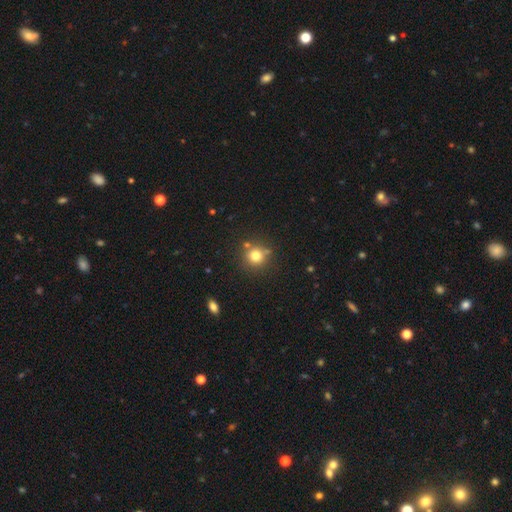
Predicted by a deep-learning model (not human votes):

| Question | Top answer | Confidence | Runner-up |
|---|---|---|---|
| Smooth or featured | smooth | 76% | star or artifact (14%) |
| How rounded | round | 92% | in between (7%) |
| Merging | none | 76% | minor disturbance (11%) |